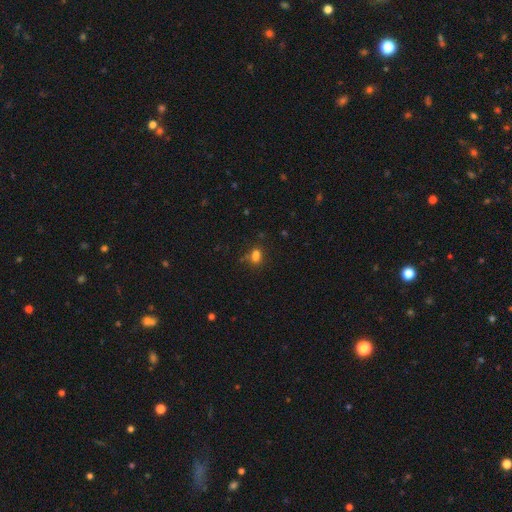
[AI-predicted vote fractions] A smooth galaxy with no disk features (70%) that is in between round and cigar-shaped (64%).

Vote fractions:
- Smooth or featured? smooth: 70% / star or artifact: 20% / featured or disk: 10%
- How rounded? in between: 64% / round: 31% / cigar-shaped: 5%
- Merging? none: 49% / merger: 21% / minor disturbance: 19% / major disturbance: 11%